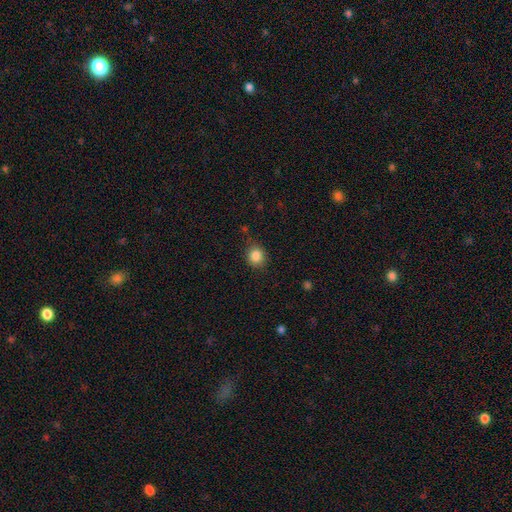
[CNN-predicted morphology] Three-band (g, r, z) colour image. It shows a smooth galaxy with no disk features (86%) that is round (80%). Merging: none (81%).